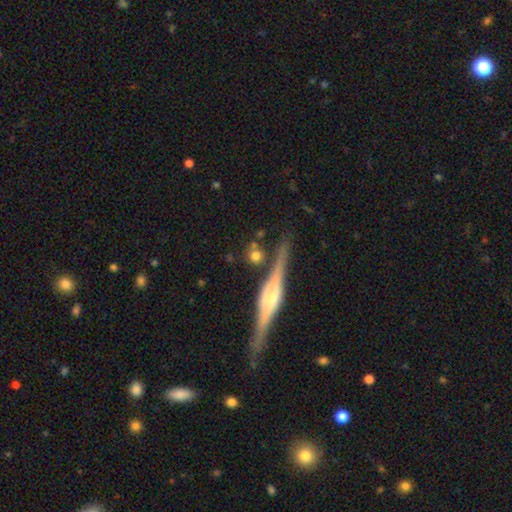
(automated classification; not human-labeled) smooth-or-featured: smooth: 67% | featured or disk: 22% | star or artifact: 11%
  how-rounded: round: 80% | in between: 11% | cigar-shaped: 9%
  merging: none: 75% | minor disturbance: 11% | merger: 10% | major disturbance: 5%